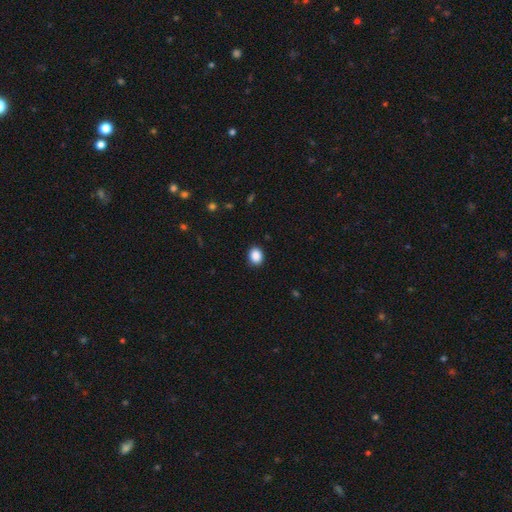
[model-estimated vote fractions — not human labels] smooth 89%, star or artifact 9%, featured or disk 3%. Down the decision tree: how rounded — in between (51%); merging — none (89%).